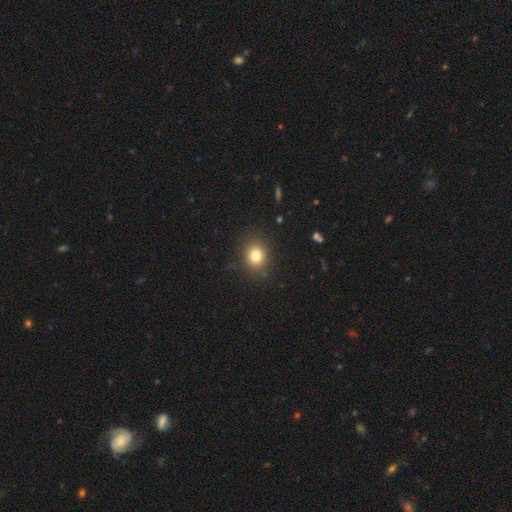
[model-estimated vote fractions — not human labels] This appears to be a smooth galaxy with no disk features (80%) that is round (67%). Merging: none (86%).